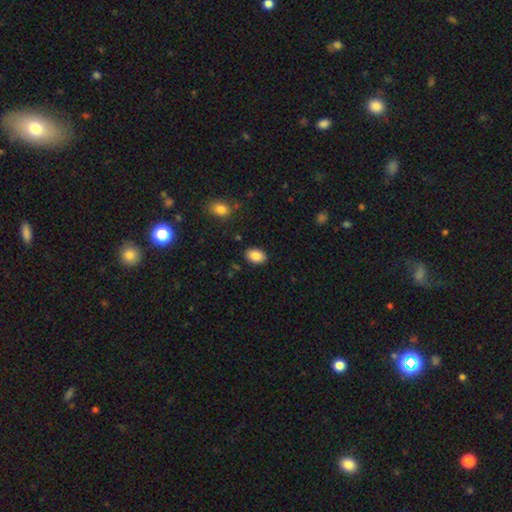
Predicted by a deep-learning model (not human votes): The model was most divided on "how rounded": in between: 84%, round: 15%, cigar-shaped: 1%. More confident: merging — none (87%); smooth or featured — smooth (86%).